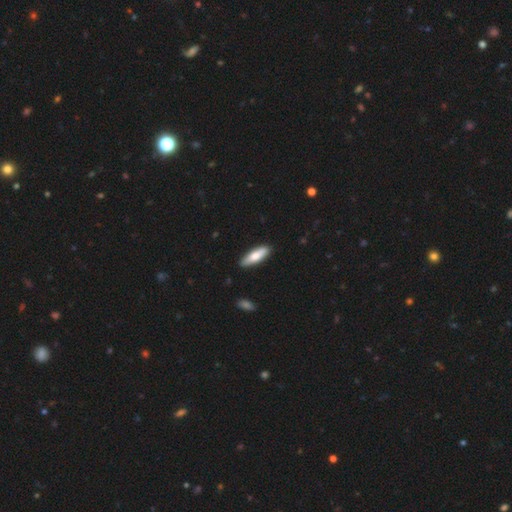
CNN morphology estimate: Smooth or featured? Predicted: smooth (p=0.72). How rounded? Predicted: cigar-shaped (p=0.57). Merging? Predicted: none (p=0.88).